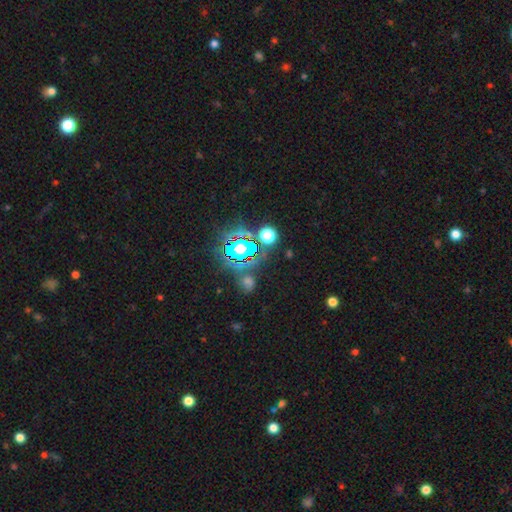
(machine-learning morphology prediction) A star or artifact, not a galaxy (78%).

Vote fractions:
- Smooth or featured? star or artifact: 78% / smooth: 14% / featured or disk: 9%